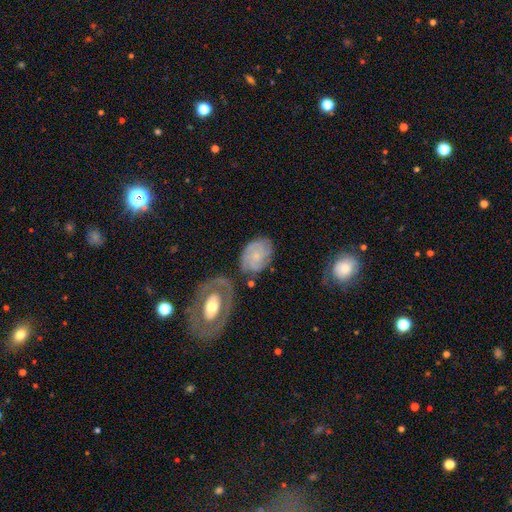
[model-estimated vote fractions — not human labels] smooth_or_featured: featured or disk (p=0.64) [alt: smooth p=0.28]
disk_edge_on: no (p=0.96) [alt: yes p=0.04]
bar: no (p=0.77) [alt: weak p=0.19]
has_spiral_arms: yes (p=0.87) [alt: no p=0.13]
spiral_winding: tight (p=0.57) [alt: medium p=0.33]
spiral_arm_count: can't tell (p=0.33) [alt: 2 p=0.32]
bulge_size: small (p=0.74) [alt: moderate p=0.15]
merging: none (p=0.62) [alt: minor disturbance p=0.21]